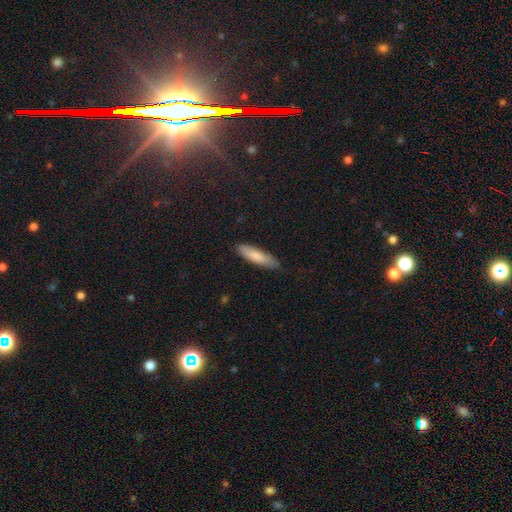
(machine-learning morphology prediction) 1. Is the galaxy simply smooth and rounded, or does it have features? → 81% smooth, 14% featured or disk, 5% star or artifact.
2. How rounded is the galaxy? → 70% cigar-shaped, 29% in between, 1% round.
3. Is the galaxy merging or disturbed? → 84% none, 13% minor disturbance, 2% major disturbance, 1% merger.